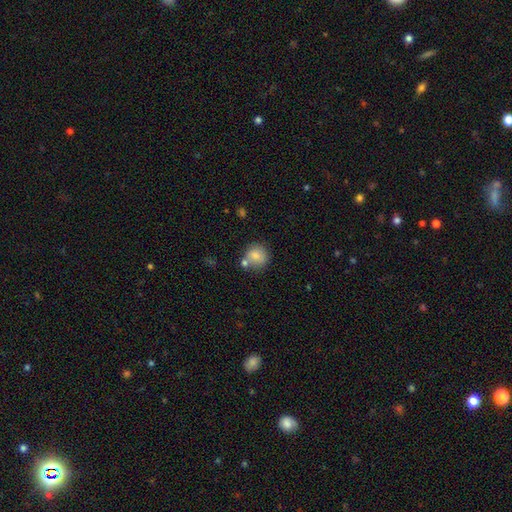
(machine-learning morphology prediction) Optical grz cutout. It shows a smooth galaxy with no disk features (80%) that is round (86%). Merging: none (65%).